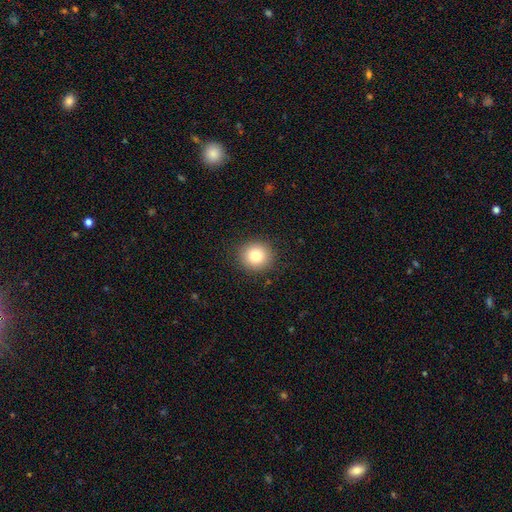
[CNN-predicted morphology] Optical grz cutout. It shows a smooth galaxy with no disk features (81%) that is round (90%). Merging: none (90%).